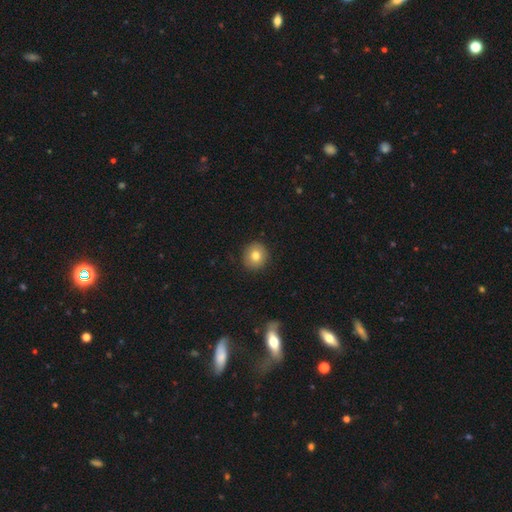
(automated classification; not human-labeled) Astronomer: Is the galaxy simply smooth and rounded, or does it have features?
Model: smooth — 79%.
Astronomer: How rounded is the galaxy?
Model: round — 90%.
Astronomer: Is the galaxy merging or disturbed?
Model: none — 90%.